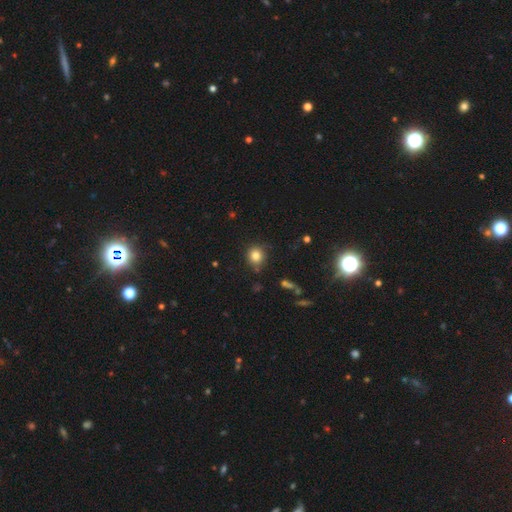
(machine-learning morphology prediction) Smooth or featured?
  - smooth: 82% *
  - star or artifact: 12%
  - featured or disk: 6%
How rounded?
  - round: 89% *
  - in between: 10%
  - cigar-shaped: 1%
Merging?
  - none: 82% *
  - minor disturbance: 12%
  - merger: 3%
  - major disturbance: 3%